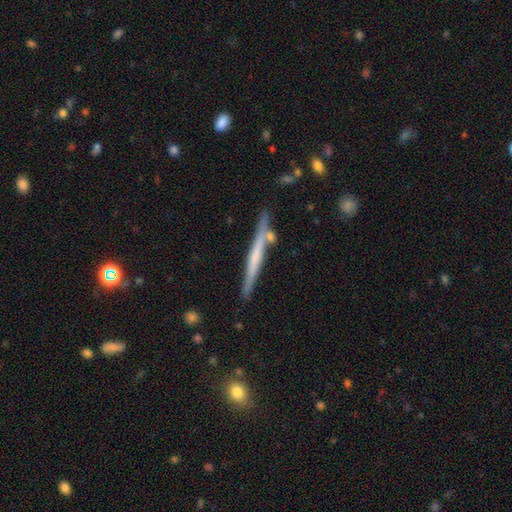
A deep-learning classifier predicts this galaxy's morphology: featured or disk 52%, smooth 42%, star or artifact 6%. Down the decision tree: edge-on disk — yes (96%); edge-on bulge — none (77%); merging — none (81%).